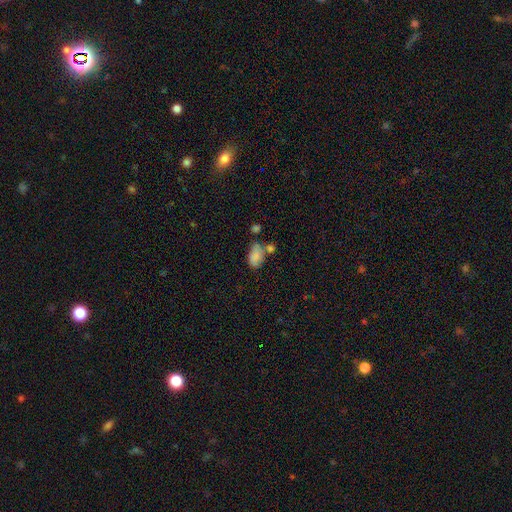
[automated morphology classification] A smooth galaxy with no disk features (82%) that is in between round and cigar-shaped (91%).

Vote fractions:
- Smooth or featured? smooth: 82% / star or artifact: 9% / featured or disk: 9%
- How rounded? in between: 91% / round: 7% / cigar-shaped: 2%
- Merging? none: 45% / merger: 23% / minor disturbance: 23% / major disturbance: 9%